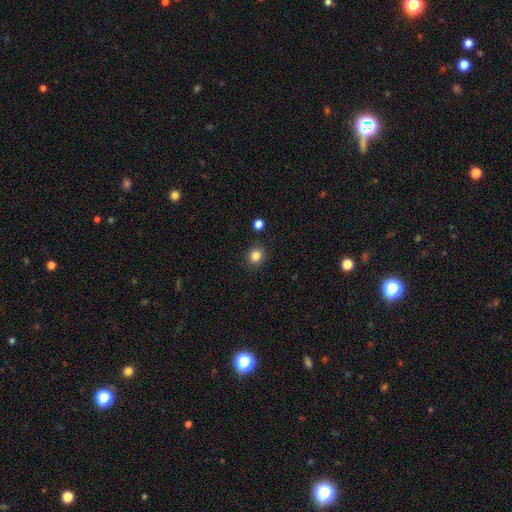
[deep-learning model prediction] Smooth or featured? Predicted: smooth (p=0.85). How rounded? Predicted: round (p=0.81). Merging? Predicted: none (p=0.88).